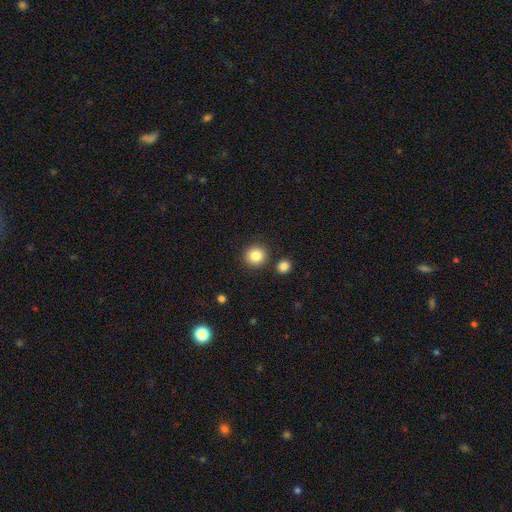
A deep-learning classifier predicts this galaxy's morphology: smooth 86%, star or artifact 9%, featured or disk 5%. Down the decision tree: how rounded — round (92%); merging — none (87%).